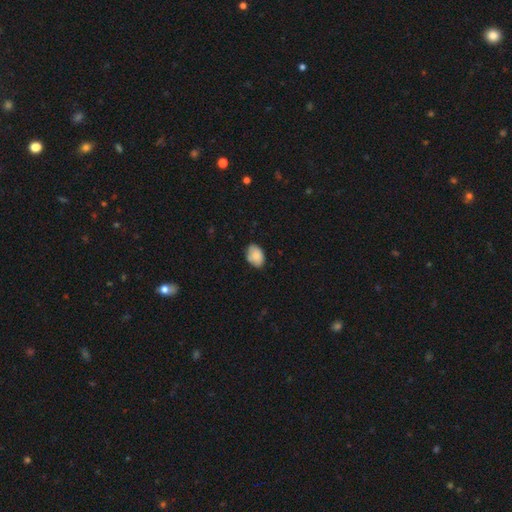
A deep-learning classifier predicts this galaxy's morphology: The model was most divided on "merging": none: 73%, minor disturbance: 23%, major disturbance: 3%, merger: 1%. More confident: how rounded — in between (84%); smooth or featured — smooth (83%).